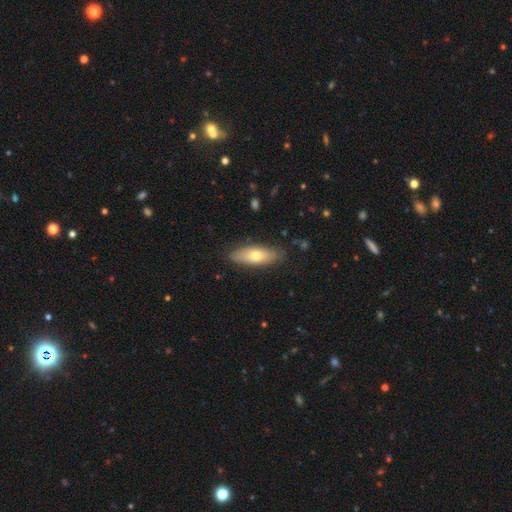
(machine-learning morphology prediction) The model was most divided on "smooth or featured": smooth: 65%, featured or disk: 29%, star or artifact: 6%. More confident: merging — none (82%); how rounded — in between (70%).